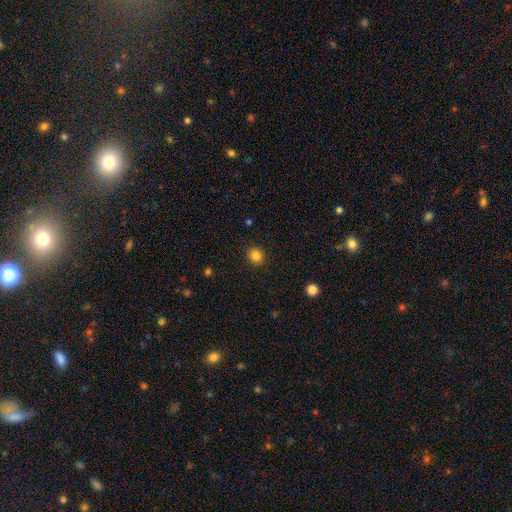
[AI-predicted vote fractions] Smooth or featured? Predicted: smooth (p=0.83). How rounded? Predicted: round (p=0.91). Merging? Predicted: none (p=0.92).